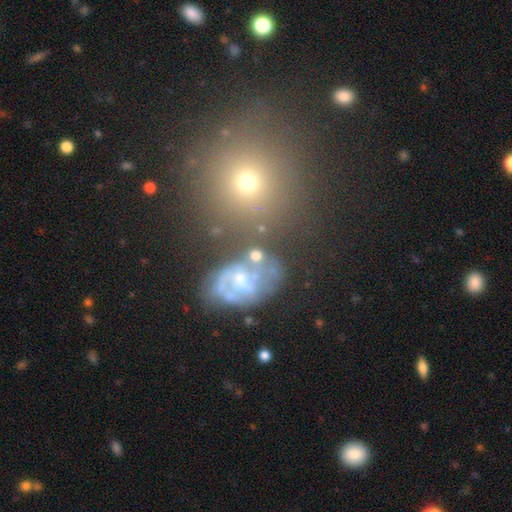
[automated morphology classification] smooth_or_featured: featured or disk (p=0.47) [alt: smooth p=0.35]
merging: none (p=0.37) [alt: merger p=0.24]